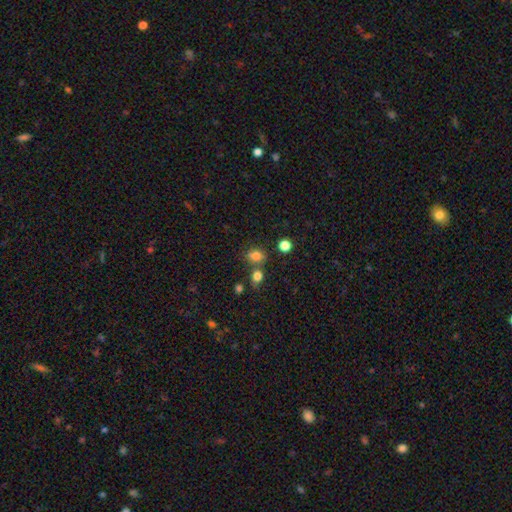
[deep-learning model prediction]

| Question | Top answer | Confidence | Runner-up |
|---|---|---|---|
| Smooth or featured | smooth | 80% | star or artifact (13%) |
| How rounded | in between | 56% | round (43%) |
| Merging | none | 63% | merger (19%) |